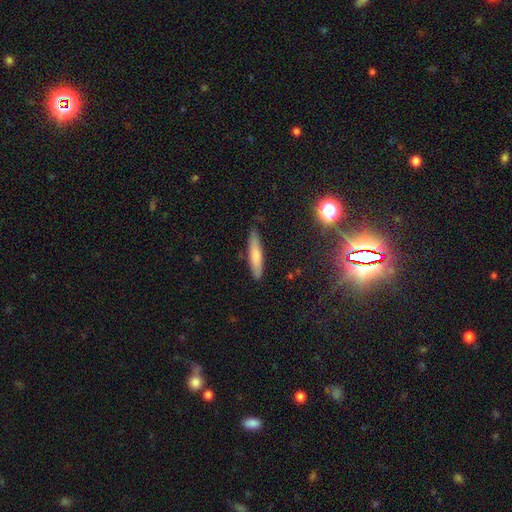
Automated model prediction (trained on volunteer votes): Smooth or featured?
  - smooth: 70% *
  - featured or disk: 23%
  - star or artifact: 7%
How rounded?
  - cigar-shaped: 86% *
  - in between: 12%
  - round: 2%
Merging?
  - none: 85% *
  - minor disturbance: 11%
  - major disturbance: 2%
  - merger: 2%